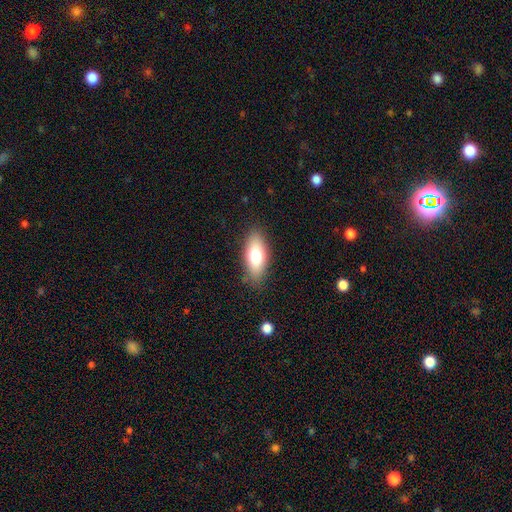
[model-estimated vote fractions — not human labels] Smooth or featured: smooth — 72% (featured or disk — 20%)
How rounded: in between — 82% (cigar-shaped — 14%)
Merging: none — 84% (minor disturbance — 12%)